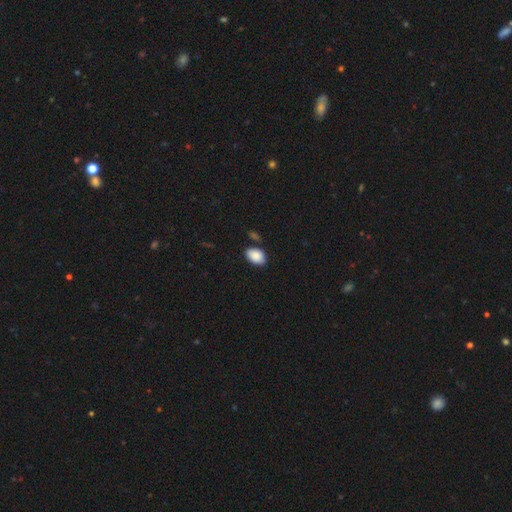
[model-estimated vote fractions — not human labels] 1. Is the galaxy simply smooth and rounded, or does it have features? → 88% smooth, 7% star or artifact, 5% featured or disk.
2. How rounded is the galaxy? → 89% in between, 9% round, 1% cigar-shaped.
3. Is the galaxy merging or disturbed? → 76% none, 15% minor disturbance, 6% merger, 3% major disturbance.